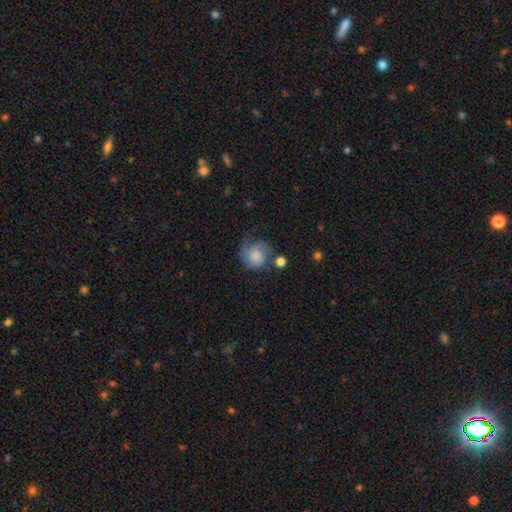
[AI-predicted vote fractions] This is possibly a smooth galaxy (58%). How rounded: clearly round (82%). Merging: marginally none (45%).